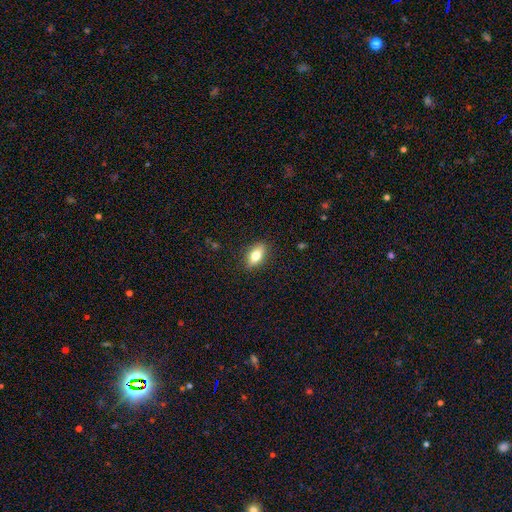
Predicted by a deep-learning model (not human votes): Overall: smooth (72%). How rounded: in between (83%). Merging: none (87%).